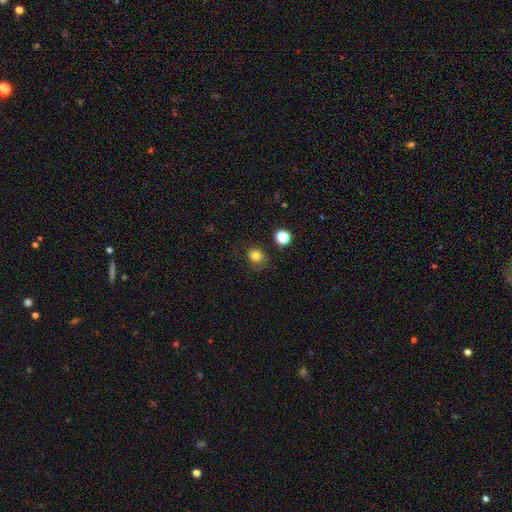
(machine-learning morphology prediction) smooth 80%, star or artifact 14%, featured or disk 6%. Down the decision tree: how rounded — round (72%); merging — none (74%).